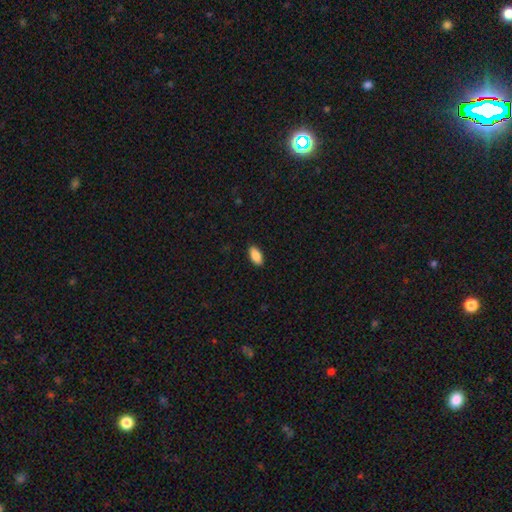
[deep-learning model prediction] A smooth galaxy with no disk features (88%) that is in between round and cigar-shaped (91%).

Vote fractions:
- Smooth or featured? smooth: 88% / star or artifact: 7% / featured or disk: 5%
- How rounded? in between: 91% / cigar-shaped: 6% / round: 3%
- Merging? none: 88% / minor disturbance: 9% / major disturbance: 2% / merger: 1%